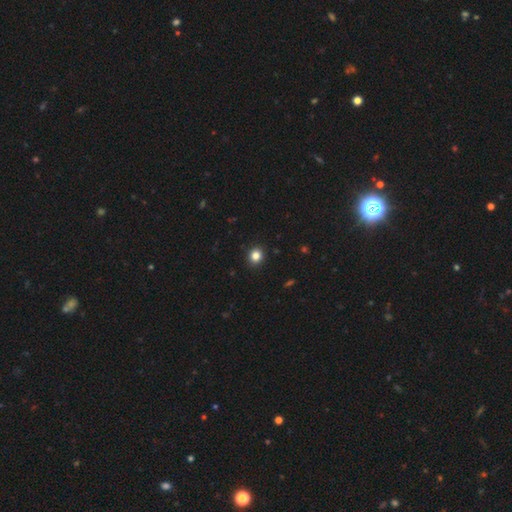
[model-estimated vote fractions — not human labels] Q: Smooth or featured?
A: smooth (84%); runner-up: star or artifact (12%)
Q: How rounded?
A: round (86%); runner-up: in between (13%)
Q: Merging?
A: none (92%); runner-up: minor disturbance (5%)